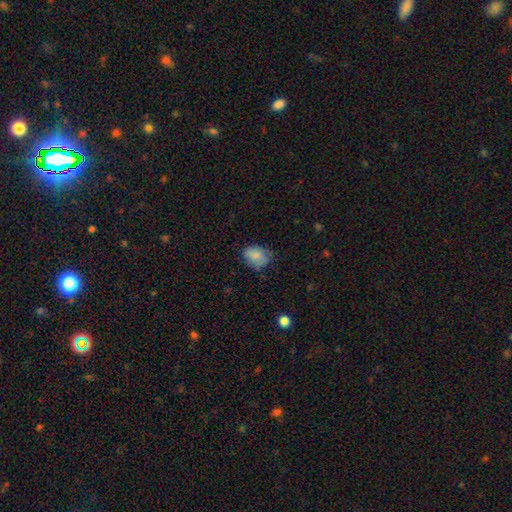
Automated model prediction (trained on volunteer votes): smooth_or_featured: smooth (p=0.81) [alt: featured or disk p=0.11]
how_rounded: in between (p=0.68) [alt: round p=0.31]
merging: none (p=0.64) [alt: minor disturbance p=0.27]